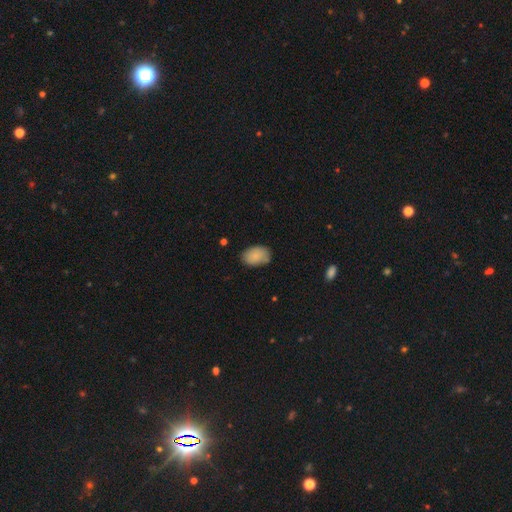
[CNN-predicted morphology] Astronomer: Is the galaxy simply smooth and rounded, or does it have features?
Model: smooth — 85%.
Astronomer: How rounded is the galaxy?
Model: in between — 88%.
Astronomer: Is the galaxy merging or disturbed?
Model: none — 72%.